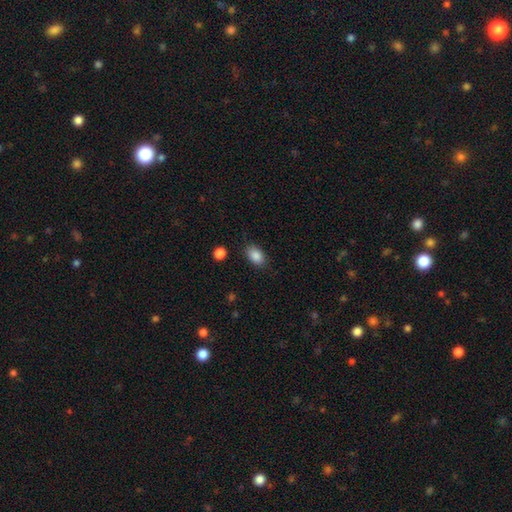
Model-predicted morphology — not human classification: smooth_or_featured: smooth (p=0.87) [alt: star or artifact p=0.08]
how_rounded: in between (p=0.87) [alt: round p=0.11]
merging: none (p=0.83) [alt: minor disturbance p=0.12]